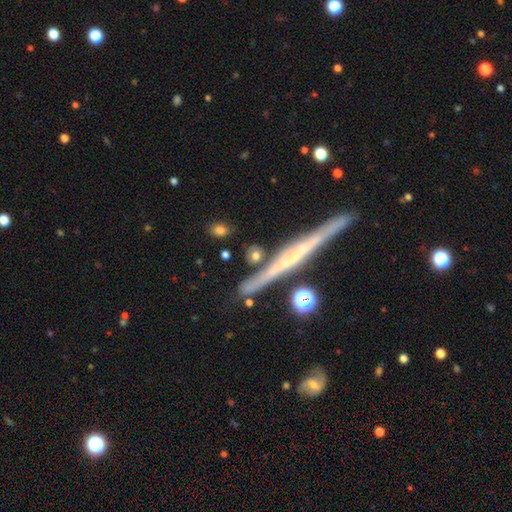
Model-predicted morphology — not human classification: smooth-or-featured: smooth: 60% | featured or disk: 30% | star or artifact: 10%
  how-rounded: round: 39% | cigar-shaped: 38% | in between: 23%
  merging: none: 72% | minor disturbance: 14% | merger: 9% | major disturbance: 5%